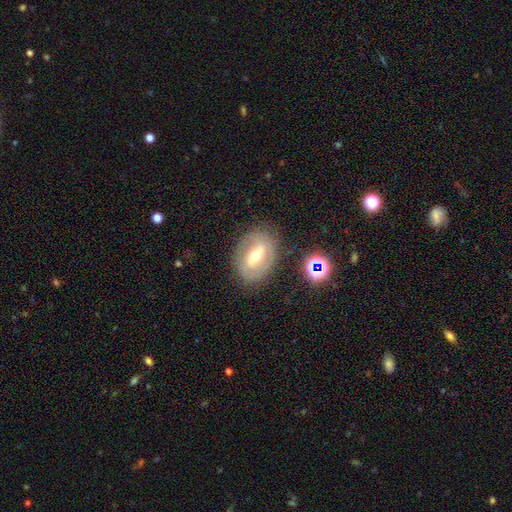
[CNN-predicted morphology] Smooth or featured?
  - featured or disk: 61% *
  - smooth: 30%
  - star or artifact: 9%
Edge-on disk?
  - no: 93% *
  - yes: 7%
Bar?
  - strong: 39% * (tied)
  - weak: 39% * (tied)
  - no: 23%
Spiral arms?
  - no: 53% *
  - yes: 47%
Bulge size?
  - moderate: 66% *
  - small: 28%
  - large: 5%
  - dominant: 1%
  - none: 1%
Merging?
  - none: 79% *
  - minor disturbance: 13%
  - major disturbance: 5%
  - merger: 2%